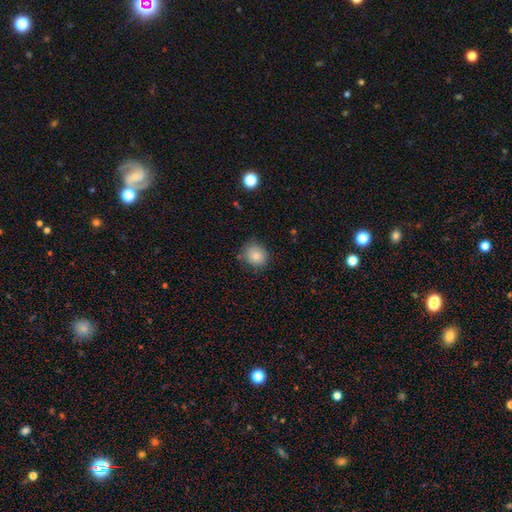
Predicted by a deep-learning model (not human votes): A smooth galaxy with no disk features (82%) that is round (75%).

Vote fractions:
- Smooth or featured? smooth: 82% / star or artifact: 10% / featured or disk: 8%
- How rounded? round: 75% / in between: 24% / cigar-shaped: 1%
- Merging? none: 76% / minor disturbance: 18% / major disturbance: 4% / merger: 2%